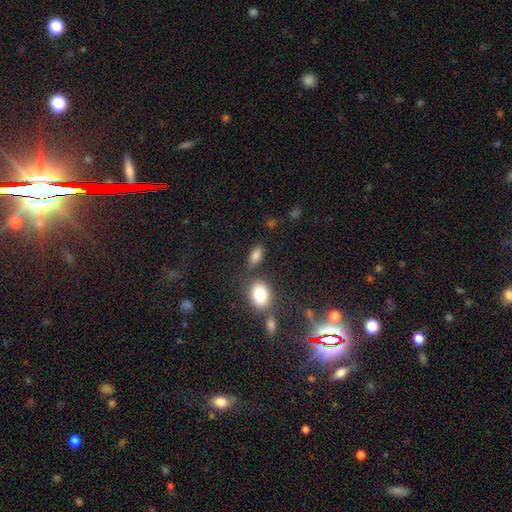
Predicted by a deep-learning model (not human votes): smooth 82%, star or artifact 10%, featured or disk 8%. Down the decision tree: how rounded — in between (84%); merging — none (72%).